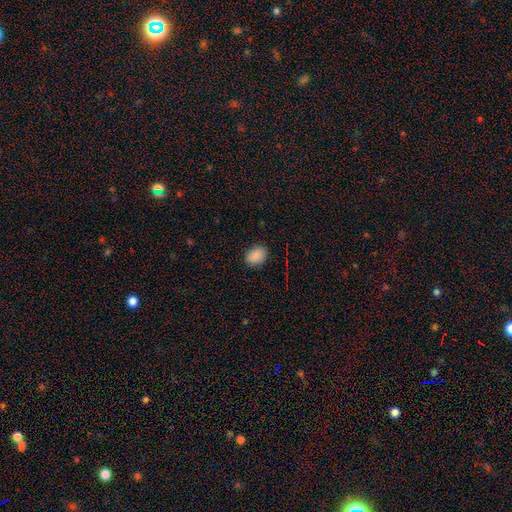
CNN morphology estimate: Overall: smooth (88%). How rounded: in between (68%; round 31%). Merging: none (85%).